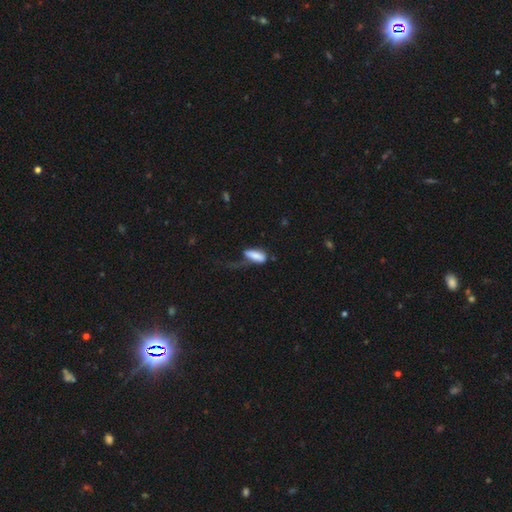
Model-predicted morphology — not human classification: Smooth or featured?
  - smooth: 77% *
  - featured or disk: 16%
  - star or artifact: 7%
How rounded?
  - in between: 72% *
  - cigar-shaped: 26%
  - round: 3%
Merging?
  - major disturbance: 45% *
  - minor disturbance: 25%
  - none: 24%
  - merger: 5%